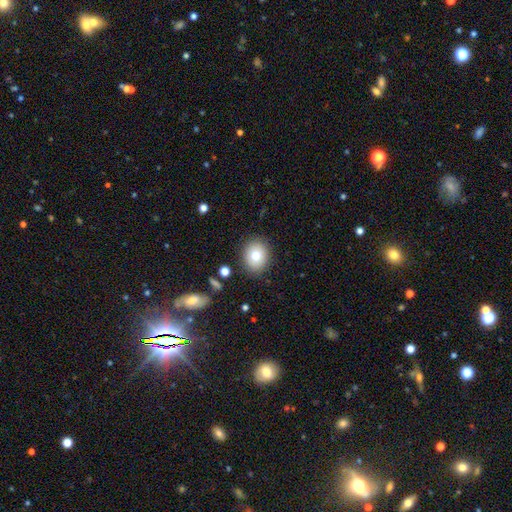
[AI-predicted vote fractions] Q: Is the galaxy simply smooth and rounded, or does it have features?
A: smooth — 77%.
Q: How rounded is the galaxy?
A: round — 60%.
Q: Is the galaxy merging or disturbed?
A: none — 86%.